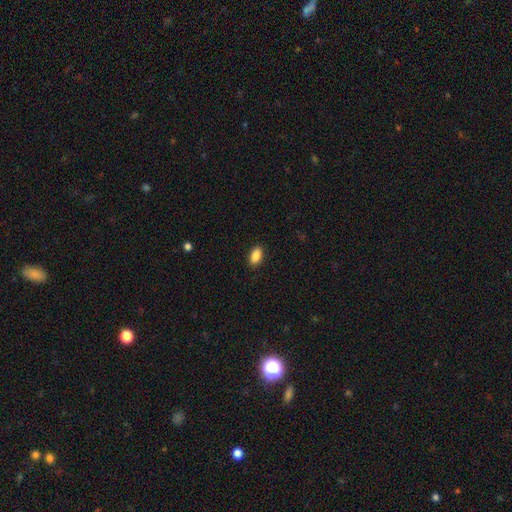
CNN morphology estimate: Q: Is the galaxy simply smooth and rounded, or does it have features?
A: smooth — 88%.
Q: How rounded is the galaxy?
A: in between — 91%.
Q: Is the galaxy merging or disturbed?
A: none — 89%.